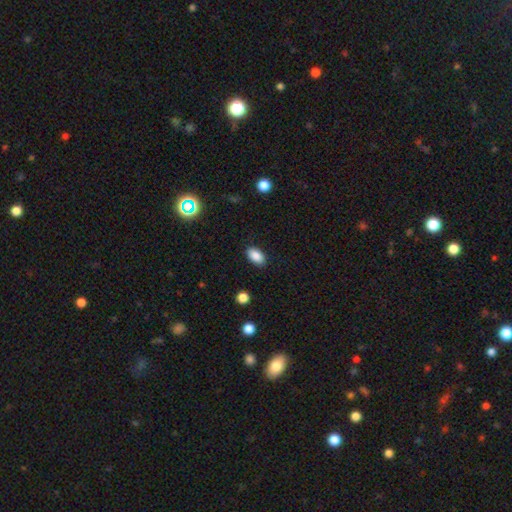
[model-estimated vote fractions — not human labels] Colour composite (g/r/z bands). It shows a smooth galaxy with no disk features (87%) that is in between round and cigar-shaped (92%). Merging: none (88%).